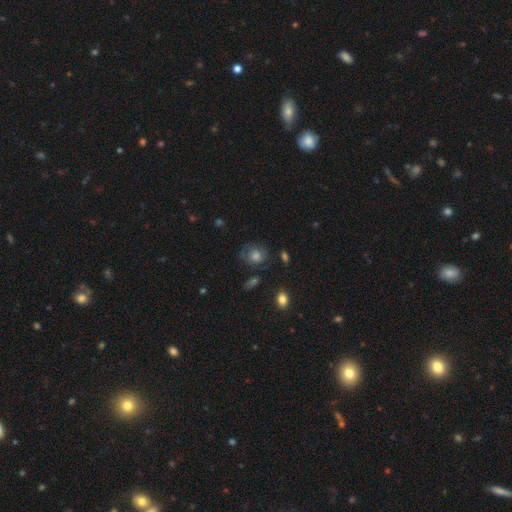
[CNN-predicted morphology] Q: Smooth or featured?
A: smooth (47%); runner-up: featured or disk (40%)
Q: Merging?
A: none (65%); runner-up: minor disturbance (21%)